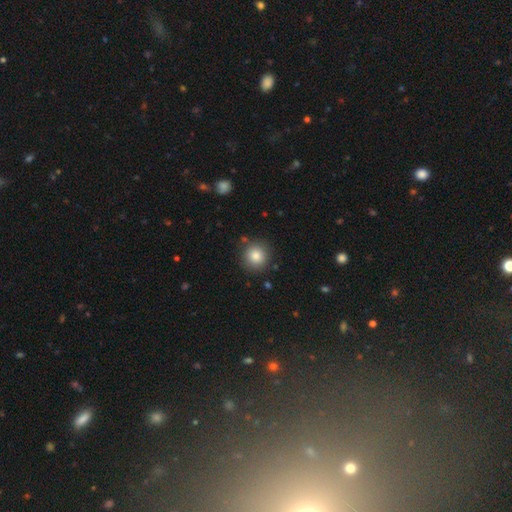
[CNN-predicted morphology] The model was most divided on "smooth or featured": smooth: 85%, star or artifact: 9%, featured or disk: 6%. More confident: how rounded — round (93%); merging — none (87%).